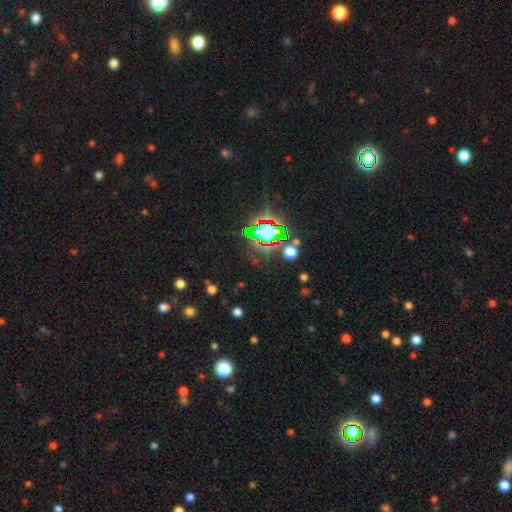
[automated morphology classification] star or artifact 82%, smooth 10%, featured or disk 8%.